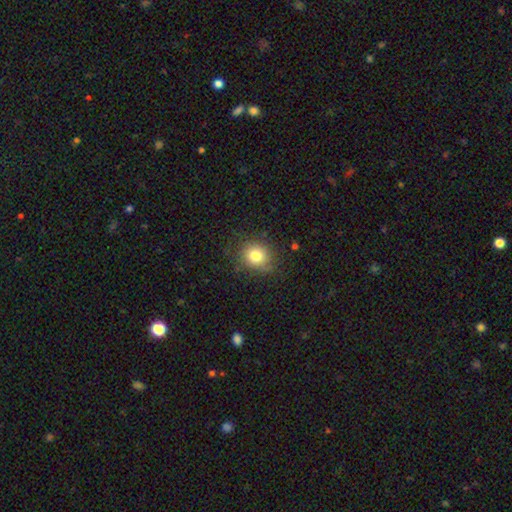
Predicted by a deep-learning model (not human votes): smooth_or_featured: smooth (p=0.79) [alt: star or artifact p=0.11]
how_rounded: round (p=0.78) [alt: in between p=0.21]
merging: none (p=0.78) [alt: minor disturbance p=0.16]